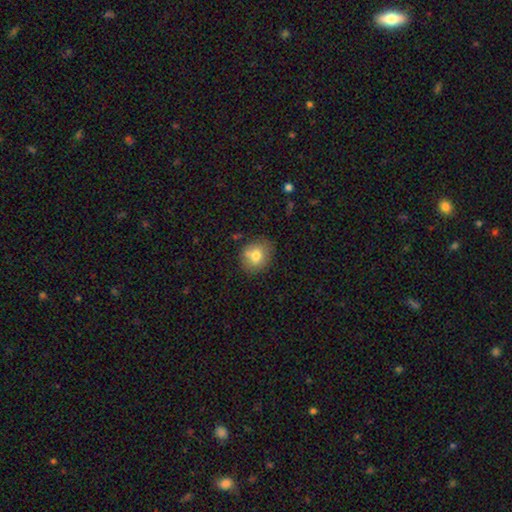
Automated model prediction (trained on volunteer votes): Overall: smooth (76%). How rounded: round (64%; in between 35%). Merging: none (72%).